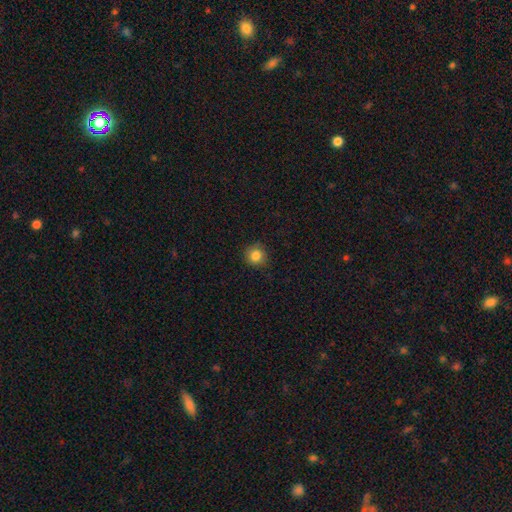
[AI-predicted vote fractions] A smooth galaxy with no disk features (84%) that is round (92%). Merging: none (86%).